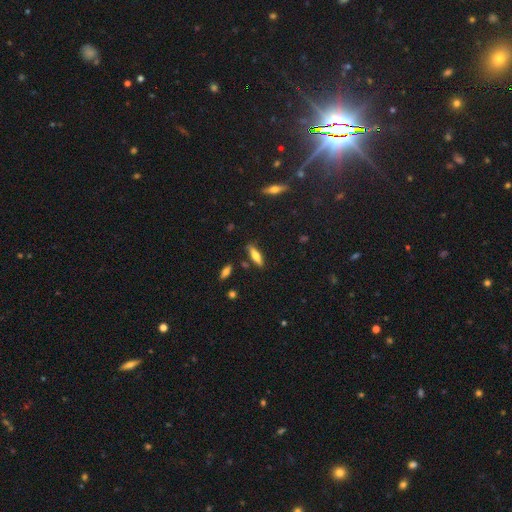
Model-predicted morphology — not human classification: smooth-or-featured: smooth: 61% | featured or disk: 31% | star or artifact: 8%
  how-rounded: cigar-shaped: 62% | in between: 36% | round: 2%
  merging: none: 81% | minor disturbance: 12% | merger: 4% | major disturbance: 3%